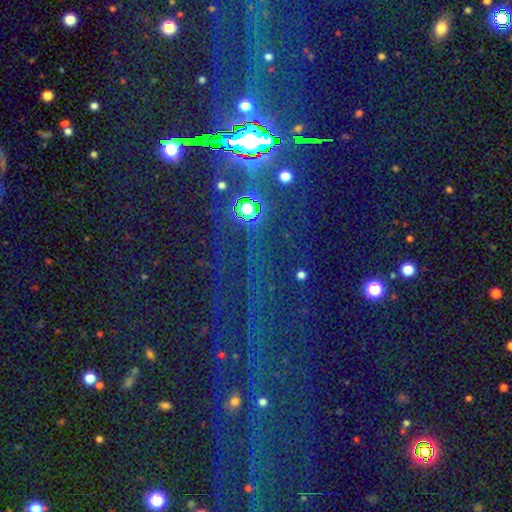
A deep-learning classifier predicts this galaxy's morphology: type=star or artifact (83%).